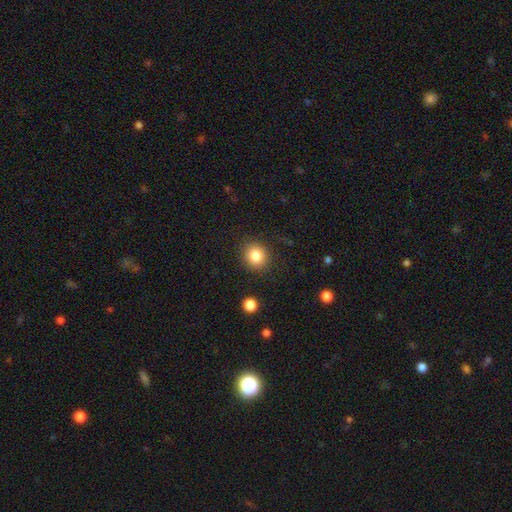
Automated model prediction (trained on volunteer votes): Smooth or featured? smooth (83%)
How rounded? round (82%)
Merging? none (88%)